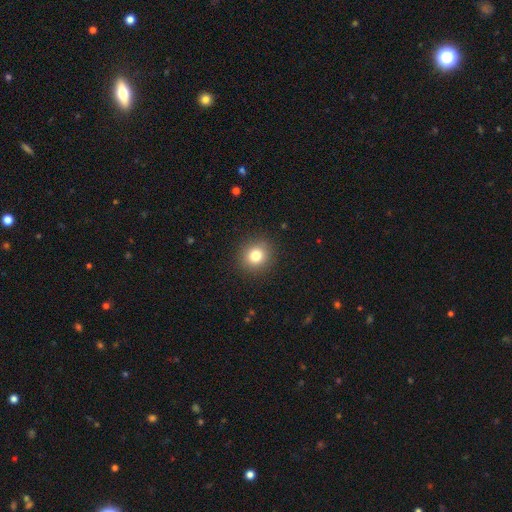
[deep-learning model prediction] smooth 81%, star or artifact 12%, featured or disk 8%. Down the decision tree: how rounded — round (86%); merging — none (90%).